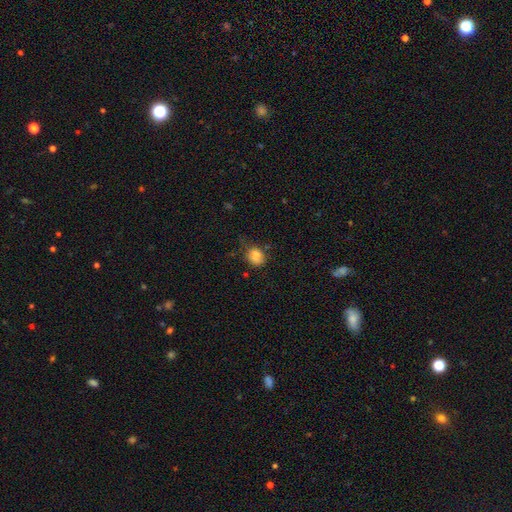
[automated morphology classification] Smooth or featured? Predicted: smooth (p=0.83). How rounded? Predicted: round (p=0.53). Merging? Predicted: none (p=0.55).